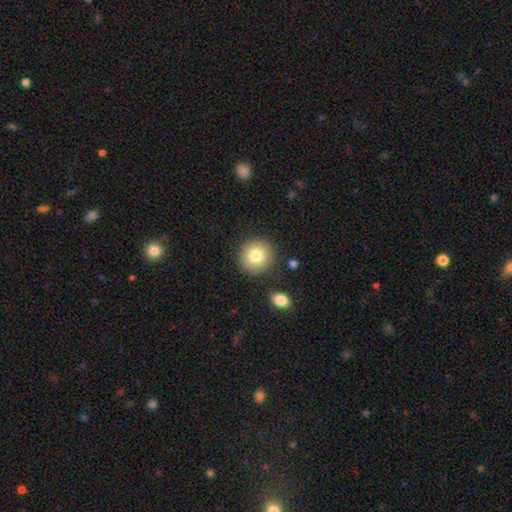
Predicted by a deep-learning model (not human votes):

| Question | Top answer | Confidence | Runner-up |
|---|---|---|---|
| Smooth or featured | smooth | 80% | featured or disk (10%) |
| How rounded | round | 91% | in between (8%) |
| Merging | none | 86% | minor disturbance (8%) |